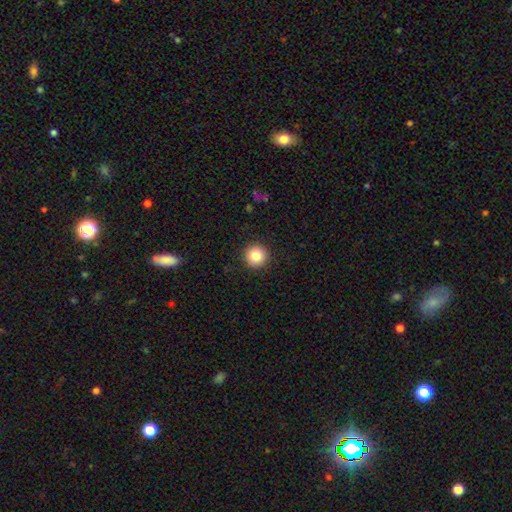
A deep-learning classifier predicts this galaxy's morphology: Smooth or featured: smooth — 85% (star or artifact — 10%)
How rounded: round — 96% (in between — 3%)
Merging: none — 92% (minor disturbance — 5%)